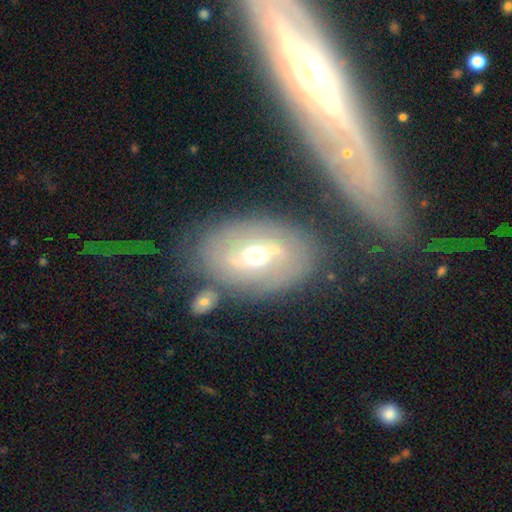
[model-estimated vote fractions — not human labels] The model was most divided on "bar": weak: 47%, no: 31%, strong: 22%. More confident: edge-on disk — no (94%); bulge size — moderate (75%); merging — none (70%); smooth or featured — featured or disk (69%); spiral arms — yes (68%).